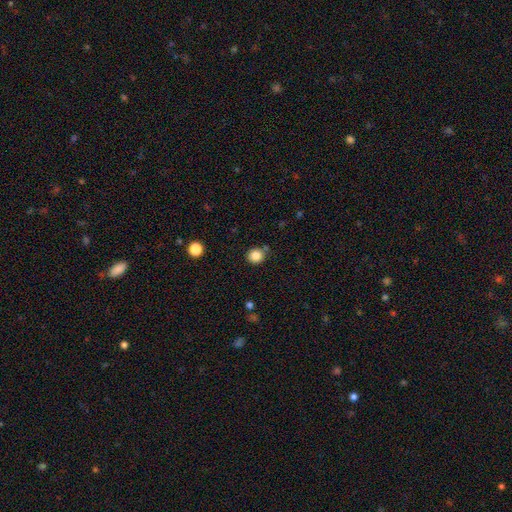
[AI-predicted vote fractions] Smooth or featured?
  - smooth: 85% *
  - star or artifact: 11%
  - featured or disk: 4%
How rounded?
  - round: 87% *
  - in between: 12%
  - cigar-shaped: 1%
Merging?
  - none: 80% *
  - minor disturbance: 11%
  - merger: 6%
  - major disturbance: 3%